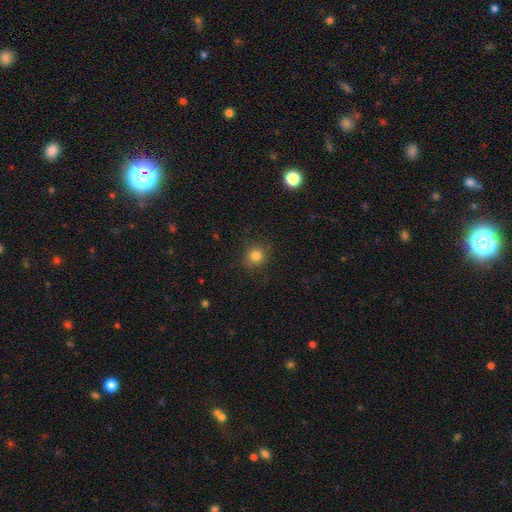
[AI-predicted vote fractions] Smooth or featured? Predicted: smooth (p=0.81). How rounded? Predicted: round (p=0.86). Merging? Predicted: none (p=0.86).